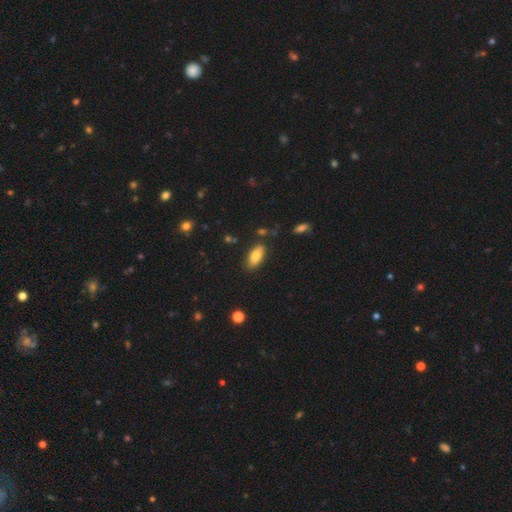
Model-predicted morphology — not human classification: type=smooth (82%); roundness=in between (87%); merging=none (81%).